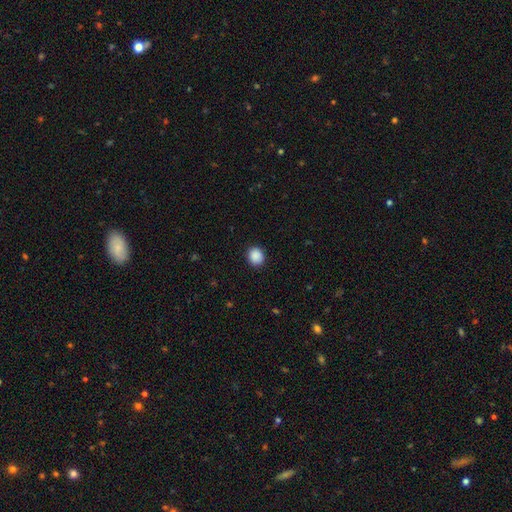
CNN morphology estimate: Overall: smooth (89%). How rounded: round (73%). Merging: none (89%).